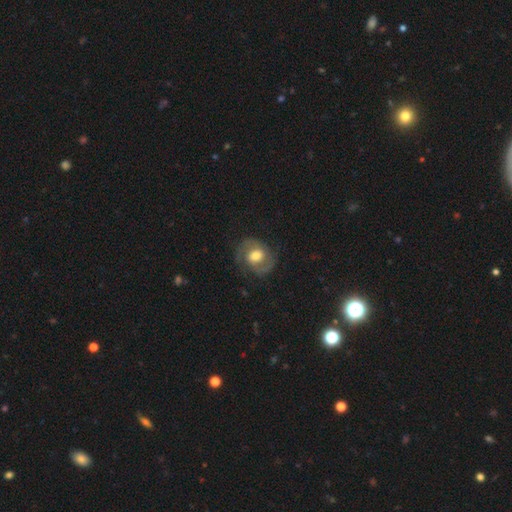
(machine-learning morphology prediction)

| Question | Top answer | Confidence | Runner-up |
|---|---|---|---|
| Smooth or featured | featured or disk | 73% | smooth (20%) |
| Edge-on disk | no | 98% | yes (2%) |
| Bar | no | 51% | weak (38%) |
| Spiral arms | yes | 90% | no (10%) |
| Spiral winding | medium | 52% | tight (31%) |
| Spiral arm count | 2 | 89% | can't tell (5%) |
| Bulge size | moderate | 62% | large (25%) |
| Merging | none | 76% | minor disturbance (15%) |